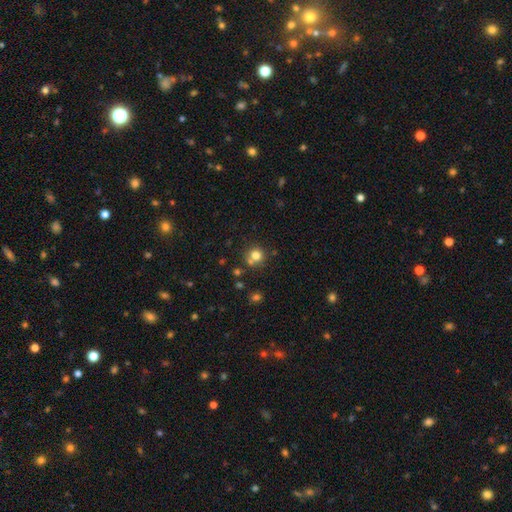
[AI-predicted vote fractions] smooth-or-featured: smooth: 77% | star or artifact: 14% | featured or disk: 9%
  how-rounded: round: 90% | in between: 9% | cigar-shaped: 1%
  merging: none: 63% | merger: 24% | minor disturbance: 9% | major disturbance: 3%